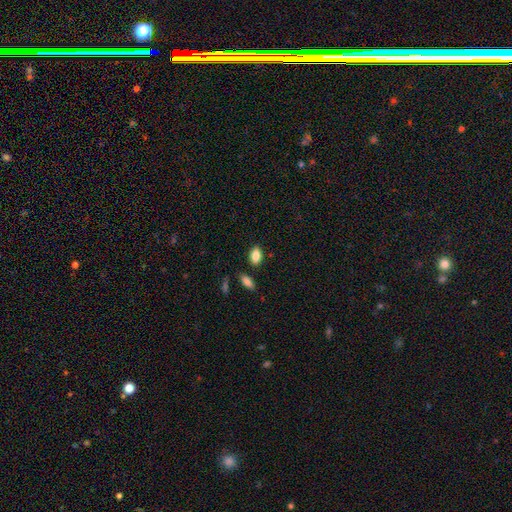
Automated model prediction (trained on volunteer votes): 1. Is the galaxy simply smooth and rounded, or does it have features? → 83% smooth, 9% featured or disk, 8% star or artifact.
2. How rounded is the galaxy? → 89% in between, 7% round, 5% cigar-shaped.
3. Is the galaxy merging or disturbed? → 84% none, 10% minor disturbance, 4% merger, 3% major disturbance.